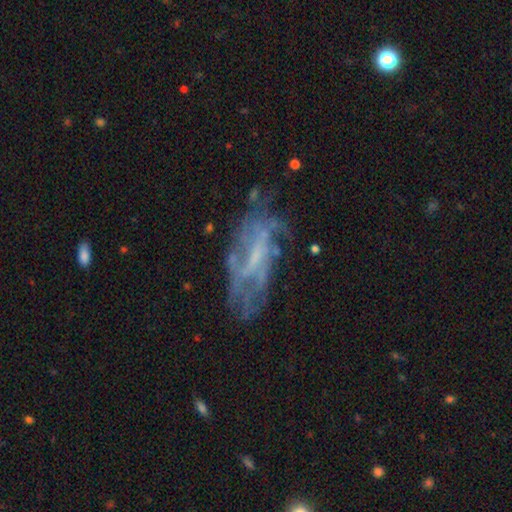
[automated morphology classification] This appears to be a featured or disk galaxy (71%) with a weak bar (42%), spiral arms (63%) and no central bulge (39%, tied with small). Merging: none (54%).